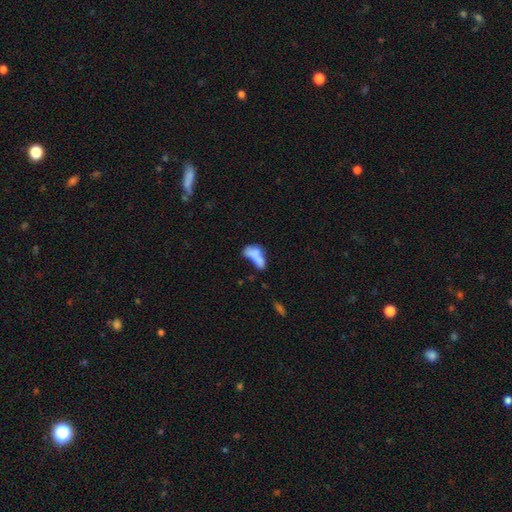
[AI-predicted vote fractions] This appears to be a smooth galaxy with no disk features (67%) that is in between round and cigar-shaped (74%). Merging: merger (38%).